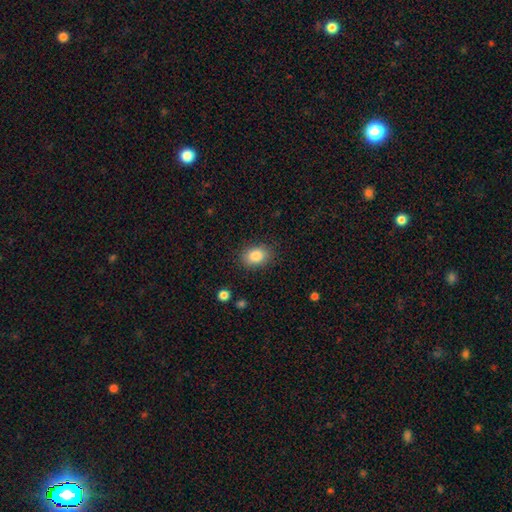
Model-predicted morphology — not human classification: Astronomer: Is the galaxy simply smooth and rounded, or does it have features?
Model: smooth — 85%.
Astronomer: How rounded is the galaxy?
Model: in between — 70%.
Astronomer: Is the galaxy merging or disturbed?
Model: none — 85%.